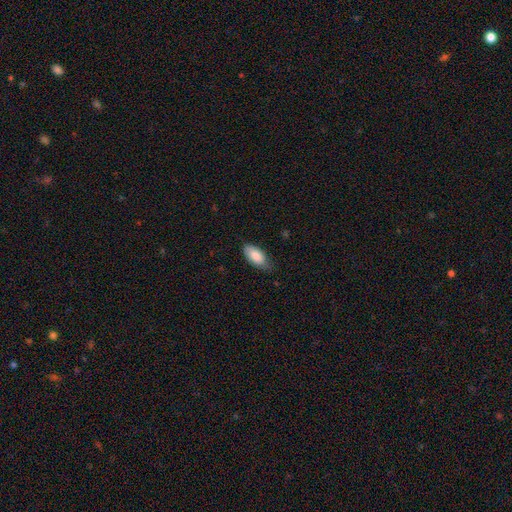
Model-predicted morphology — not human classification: smooth-or-featured: smooth: 85% | featured or disk: 9% | star or artifact: 6%
  how-rounded: in between: 91% | cigar-shaped: 7% | round: 2%
  merging: none: 70% | minor disturbance: 26% | major disturbance: 4% | merger: 1%